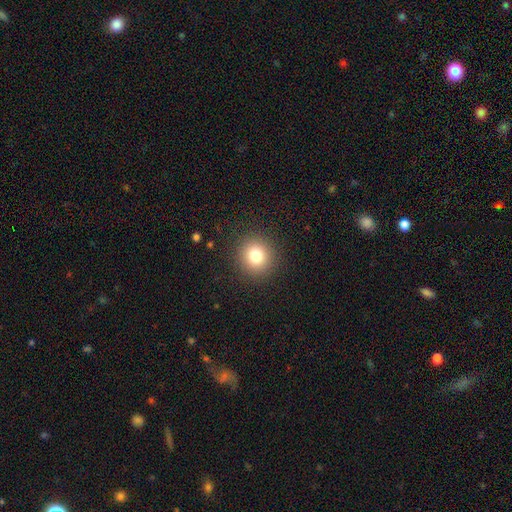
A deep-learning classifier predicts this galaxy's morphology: type=smooth (80%); roundness=round (89%); merging=none (90%).